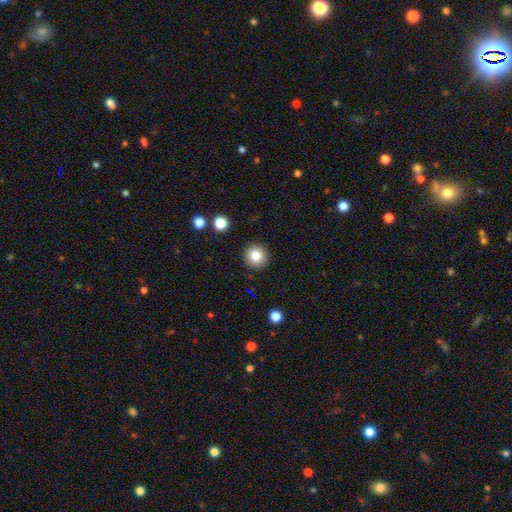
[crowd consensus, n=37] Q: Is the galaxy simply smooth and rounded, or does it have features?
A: smooth — 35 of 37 (95%).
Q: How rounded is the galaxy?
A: round — 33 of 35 (94%).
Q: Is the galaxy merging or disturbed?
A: none — 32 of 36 (89%).